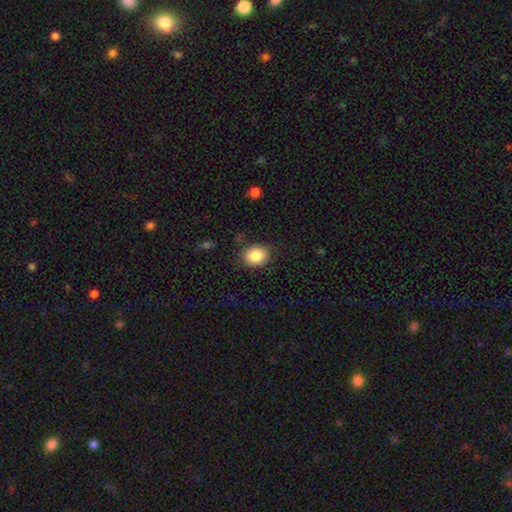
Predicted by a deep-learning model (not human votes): This is clearly a smooth galaxy (87%). How rounded: possibly round (58%). Merging: clearly none (84%).